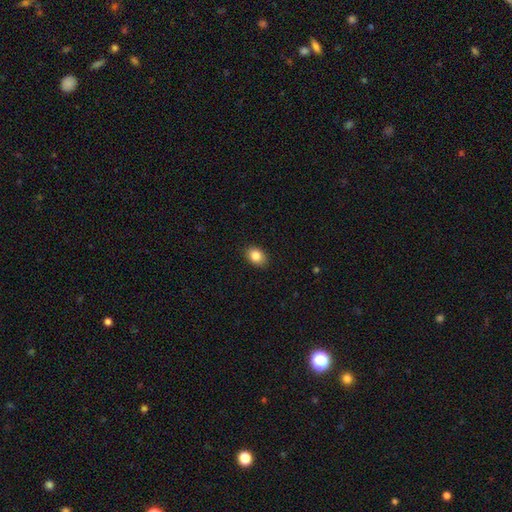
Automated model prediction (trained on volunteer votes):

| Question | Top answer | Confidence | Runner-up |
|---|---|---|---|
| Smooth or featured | smooth | 85% | star or artifact (9%) |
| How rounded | in between | 70% | round (28%) |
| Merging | none | 88% | minor disturbance (9%) |